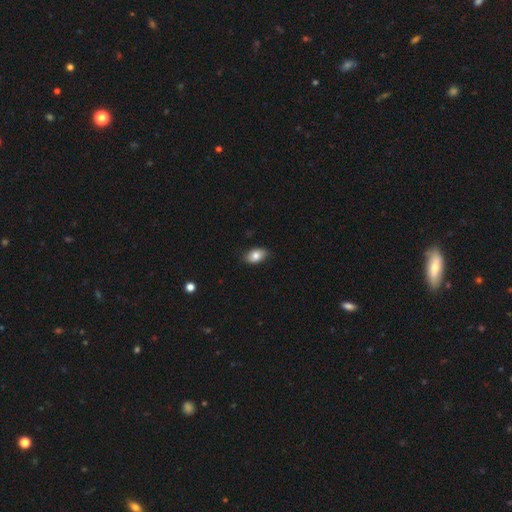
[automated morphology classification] Smooth or featured? smooth (81%)
How rounded? in between (91%)
Merging? none (84%)